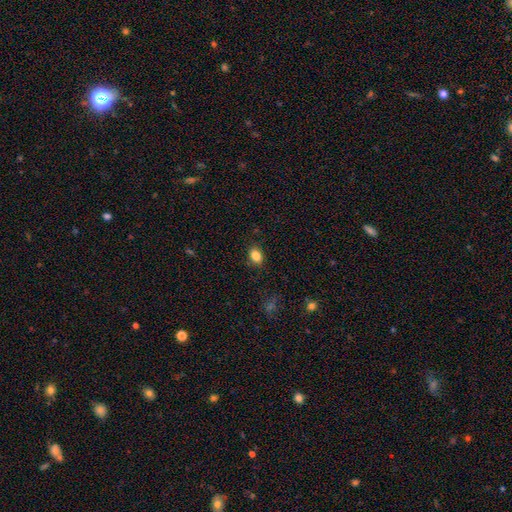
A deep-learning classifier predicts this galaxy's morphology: Smooth or featured? smooth (85%)
How rounded? in between (70%)
Merging? none (87%)